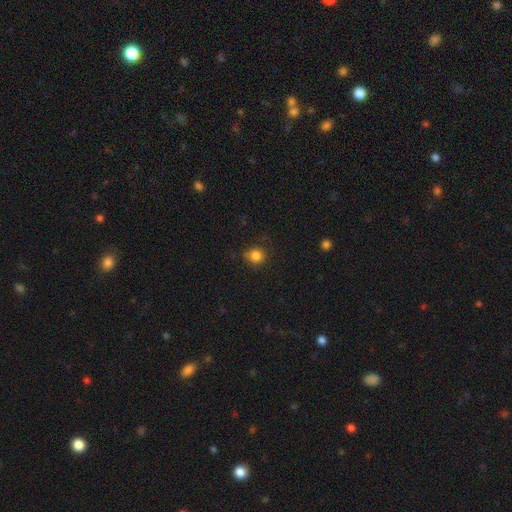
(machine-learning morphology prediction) Smooth or featured?
  - smooth: 83% *
  - star or artifact: 12%
  - featured or disk: 5%
How rounded?
  - round: 85% *
  - in between: 14%
  - cigar-shaped: 1%
Merging?
  - none: 74% *
  - minor disturbance: 19%
  - major disturbance: 5%
  - merger: 2%